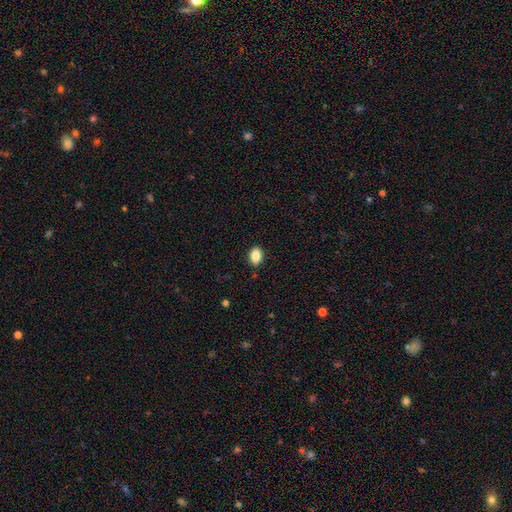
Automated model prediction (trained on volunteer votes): This appears to be a smooth galaxy with no disk features (87%) that is in between round and cigar-shaped (82%). Merging: none (88%).